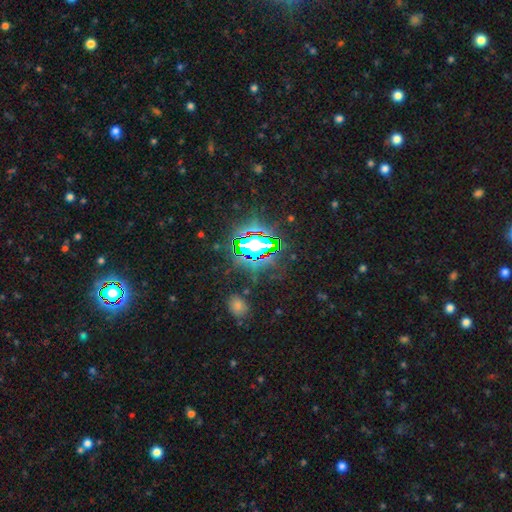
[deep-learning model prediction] This is likely a star or artifact rather than a galaxy (77%).